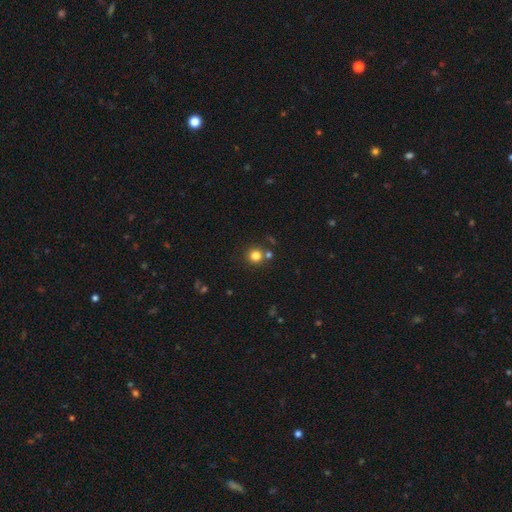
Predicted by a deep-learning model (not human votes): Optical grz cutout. It shows a smooth galaxy with no disk features (80%) that is round (93%). Merging: none (76%).